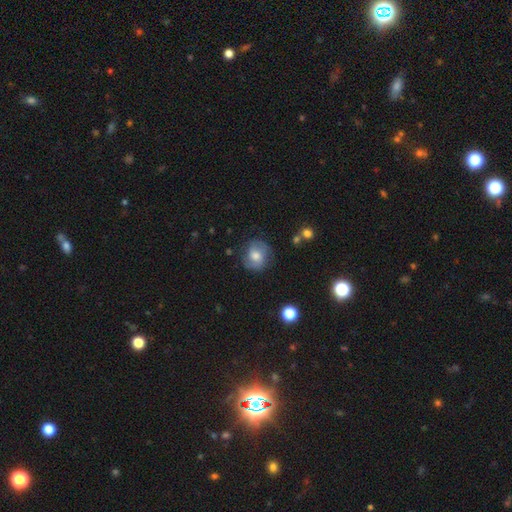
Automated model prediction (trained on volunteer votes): This is possibly a smooth galaxy (47%). Merging: likely none (73%).